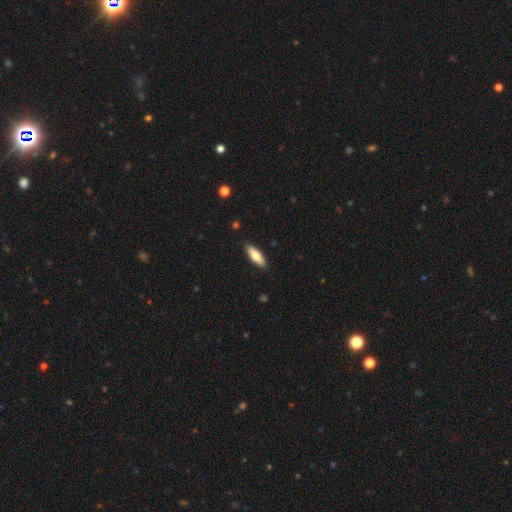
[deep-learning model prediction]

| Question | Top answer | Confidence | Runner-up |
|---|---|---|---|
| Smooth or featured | smooth | 75% | featured or disk (19%) |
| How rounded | in between | 52% | cigar-shaped (46%) |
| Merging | none | 89% | minor disturbance (9%) |